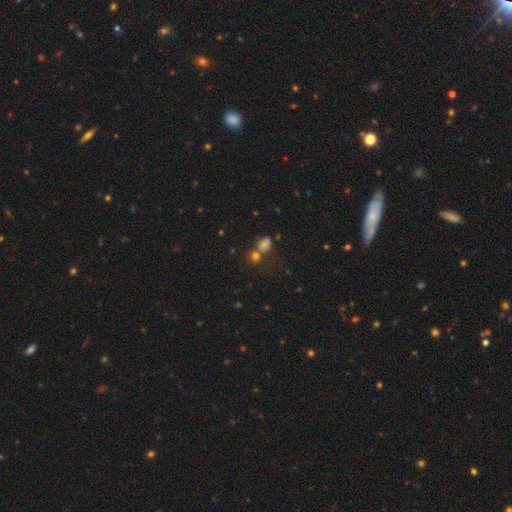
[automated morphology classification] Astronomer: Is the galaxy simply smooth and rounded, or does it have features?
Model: smooth — 49% (runner-up: star or artifact, 36%).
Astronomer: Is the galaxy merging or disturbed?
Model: none — 53% (runner-up: merger, 31%).